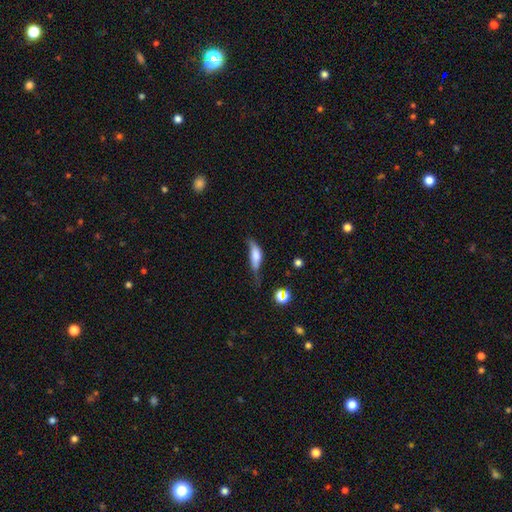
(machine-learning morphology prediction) The model was most divided on "merging": minor disturbance: 35%, major disturbance: 29%, none: 29%, merger: 6%. More confident: how rounded — in between (62%); smooth or featured — smooth (61%).